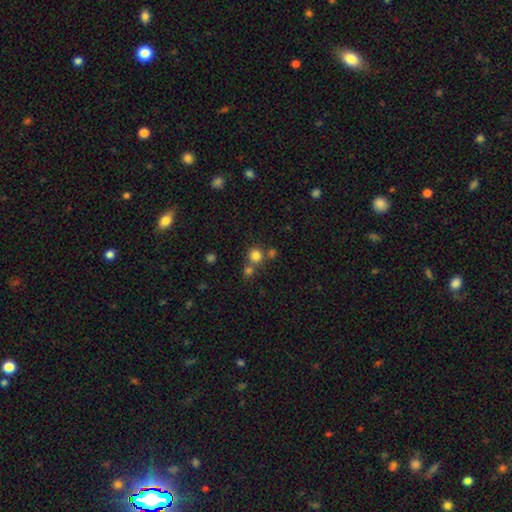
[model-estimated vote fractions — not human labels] Q: Smooth or featured?
A: smooth (78%); runner-up: star or artifact (16%)
Q: How rounded?
A: round (93%); runner-up: in between (7%)
Q: Merging?
A: none (63%); runner-up: merger (27%)